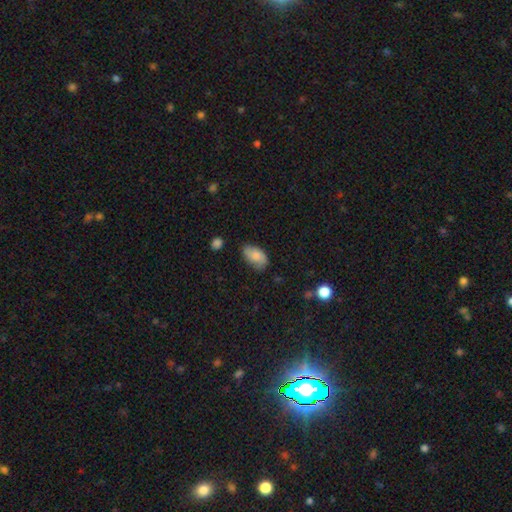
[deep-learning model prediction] Smooth or featured: smooth — 75% (featured or disk — 17%)
How rounded: in between — 93% (round — 5%)
Merging: none — 67% (minor disturbance — 26%)